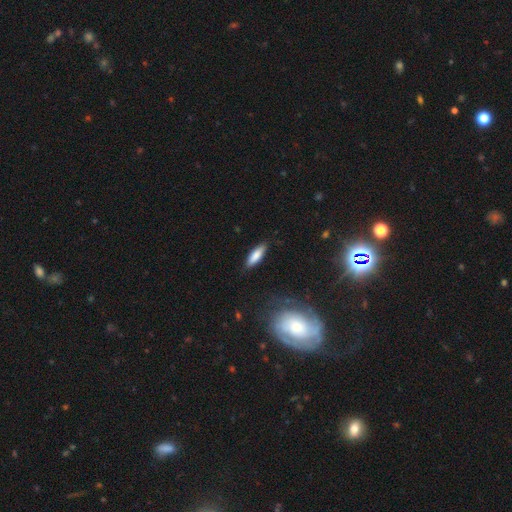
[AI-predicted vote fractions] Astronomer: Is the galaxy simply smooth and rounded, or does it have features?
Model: smooth — 81%.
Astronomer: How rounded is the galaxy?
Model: cigar-shaped — 52% (runner-up: in between, 46%).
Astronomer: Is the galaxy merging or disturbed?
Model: none — 84%.